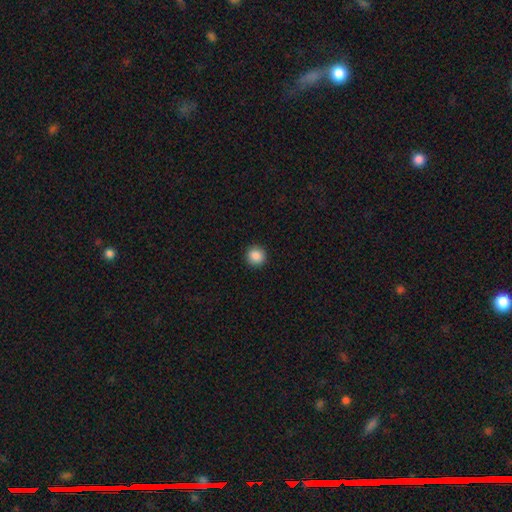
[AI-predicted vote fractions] This is clearly a smooth galaxy (88%). How rounded: clearly round (93%). Merging: clearly none (93%).